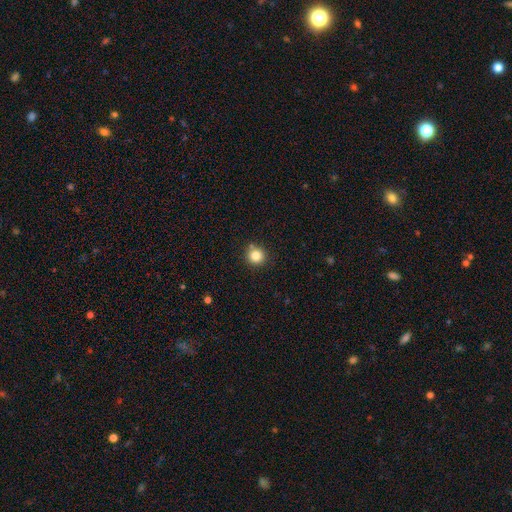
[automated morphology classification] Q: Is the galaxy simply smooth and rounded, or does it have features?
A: smooth — 84%.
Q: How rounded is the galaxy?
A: round — 93%.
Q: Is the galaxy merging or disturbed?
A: none — 85%.